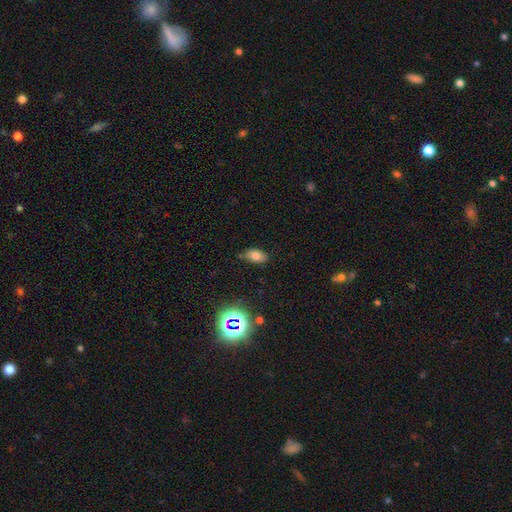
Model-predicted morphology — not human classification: This is likely a smooth galaxy (74%). How rounded: clearly in between (90%). Merging: likely none (80%).